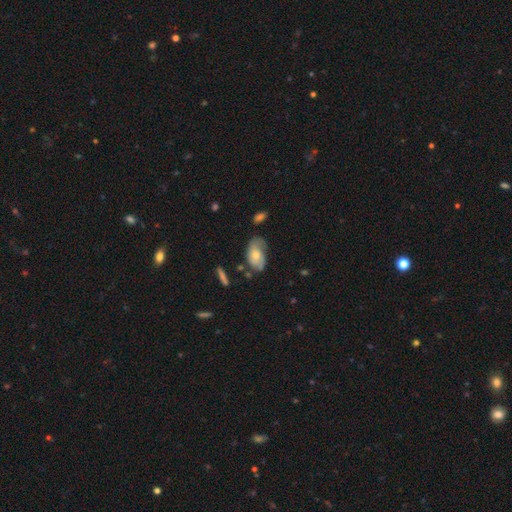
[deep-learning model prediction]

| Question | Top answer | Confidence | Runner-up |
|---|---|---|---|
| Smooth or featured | smooth | 52% | featured or disk (41%) |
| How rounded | in between | 90% | round (7%) |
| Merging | none | 45% | minor disturbance (36%) |